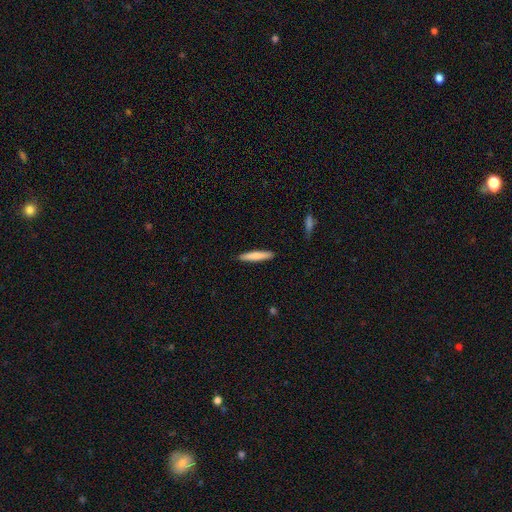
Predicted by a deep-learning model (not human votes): Smooth or featured? Predicted: smooth (p=0.78). How rounded? Predicted: cigar-shaped (p=0.92). Merging? Predicted: none (p=0.90).